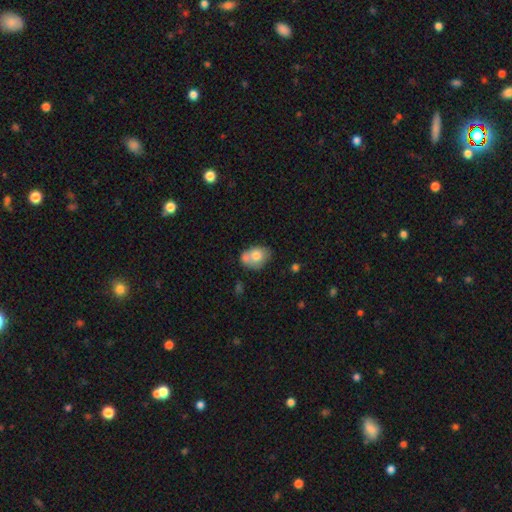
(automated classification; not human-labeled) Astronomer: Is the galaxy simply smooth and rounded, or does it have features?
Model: smooth — 72%.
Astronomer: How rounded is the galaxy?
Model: in between — 62%.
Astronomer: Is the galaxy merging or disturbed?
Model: none — 41% (runner-up: merger, 32%).